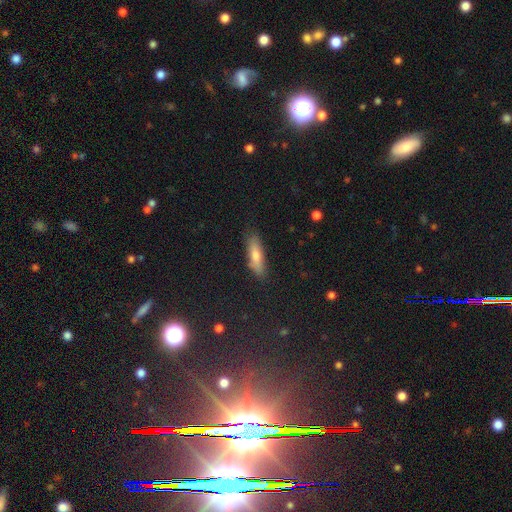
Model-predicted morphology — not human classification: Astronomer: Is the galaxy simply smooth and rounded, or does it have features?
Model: smooth — 59%.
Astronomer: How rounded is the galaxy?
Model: cigar-shaped — 64%.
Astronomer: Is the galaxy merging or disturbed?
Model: none — 84%.